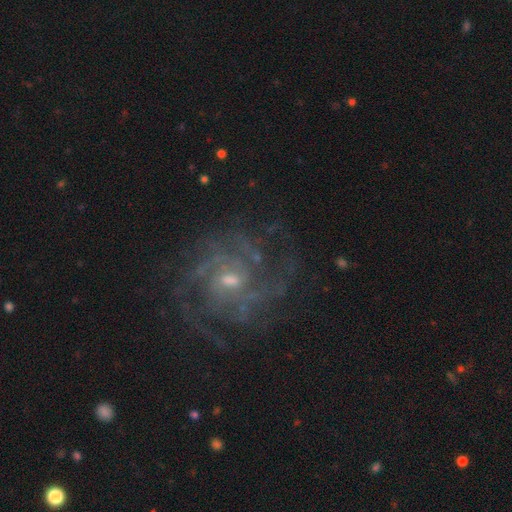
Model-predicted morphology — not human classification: Q: Smooth or featured?
A: featured or disk (81%); runner-up: star or artifact (12%)
Q: Edge-on disk?
A: no (97%); runner-up: yes (3%)
Q: Bar?
A: no (60%); runner-up: weak (32%)
Q: Spiral arms?
A: yes (97%); runner-up: no (3%)
Q: Spiral winding?
A: tight (57%); runner-up: medium (34%)
Q: Spiral arm count?
A: can't tell (28%); runner-up: 4 (20%)
Q: Bulge size?
A: small (61%); runner-up: moderate (34%)
Q: Merging?
A: none (80%); runner-up: minor disturbance (11%)